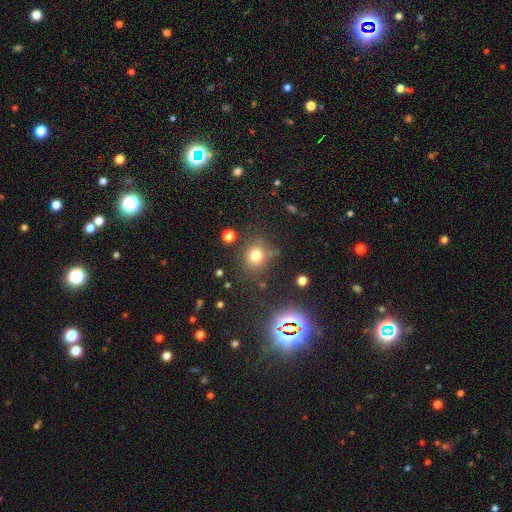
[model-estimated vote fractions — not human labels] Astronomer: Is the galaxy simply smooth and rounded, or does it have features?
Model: smooth — 74%.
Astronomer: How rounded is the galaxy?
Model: round — 78%.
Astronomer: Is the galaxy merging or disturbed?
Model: none — 74%.